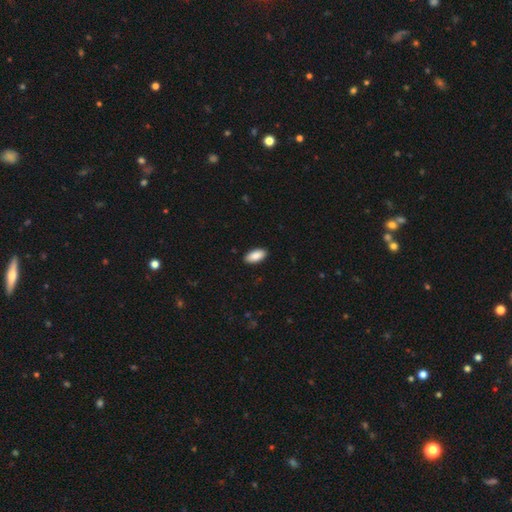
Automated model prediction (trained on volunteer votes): This is clearly a smooth galaxy (89%). How rounded: clearly in between (93%). Merging: clearly none (90%).